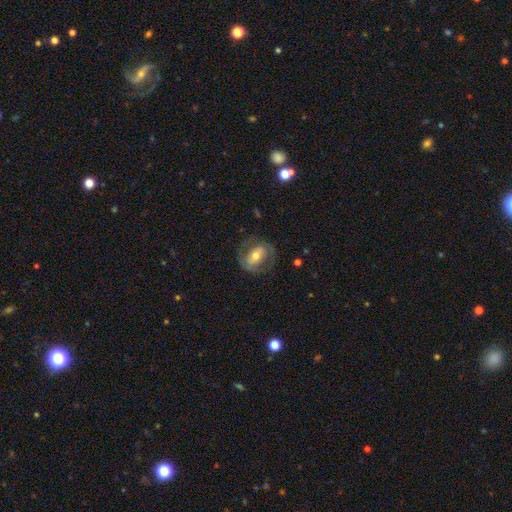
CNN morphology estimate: This appears to be a featured or disk galaxy (55%) with no bar (36%), spiral arms (51%) and a moderate central bulge (64%). Merging: none (67%).